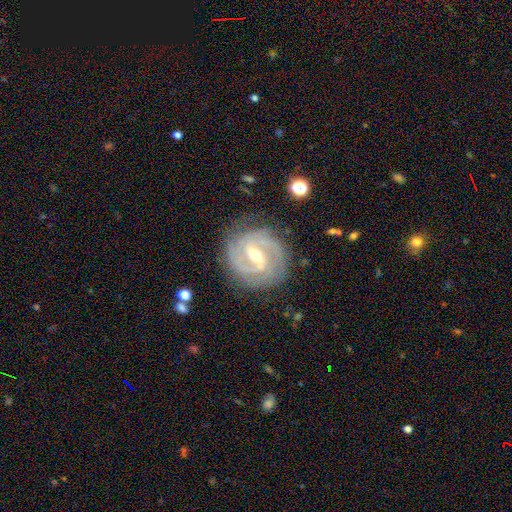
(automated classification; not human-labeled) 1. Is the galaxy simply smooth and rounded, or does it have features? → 91% featured or disk, 5% smooth, 5% star or artifact.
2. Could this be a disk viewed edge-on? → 97% no, 3% yes.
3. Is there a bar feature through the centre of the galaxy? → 48% weak, 39% strong, 13% no.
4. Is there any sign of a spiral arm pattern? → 98% yes, 2% no.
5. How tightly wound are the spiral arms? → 57% tight, 37% medium, 6% loose.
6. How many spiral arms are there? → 62% 2, 18% 3, 10% can't tell, 4% 4, 3% 1, 3% more than 4.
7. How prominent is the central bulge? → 57% moderate, 39% small, 2% large, 1% none, 1% dominant.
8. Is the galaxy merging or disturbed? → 80% none, 14% minor disturbance, 4% major disturbance, 1% merger.